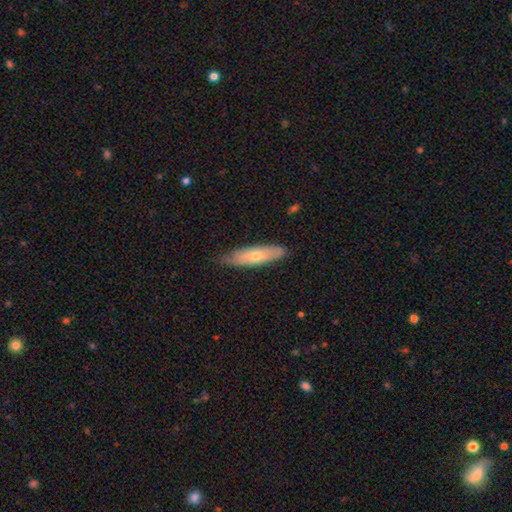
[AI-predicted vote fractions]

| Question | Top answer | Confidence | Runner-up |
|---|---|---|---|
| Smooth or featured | smooth | 58% | featured or disk (36%) |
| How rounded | cigar-shaped | 64% | in between (34%) |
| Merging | none | 79% | minor disturbance (17%) |